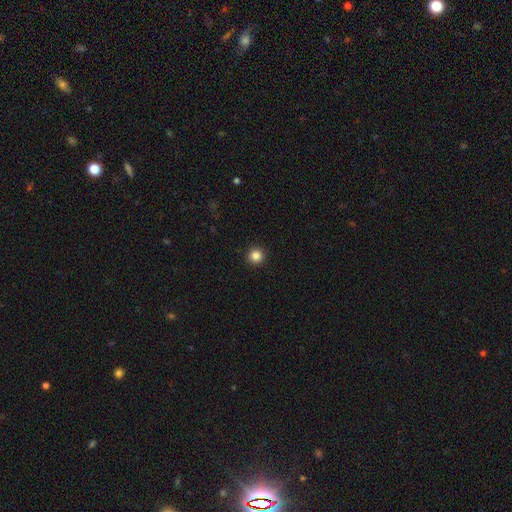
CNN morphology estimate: Q: Smooth or featured?
A: smooth (84%); runner-up: star or artifact (12%)
Q: How rounded?
A: round (96%); runner-up: in between (3%)
Q: Merging?
A: none (94%); runner-up: minor disturbance (4%)